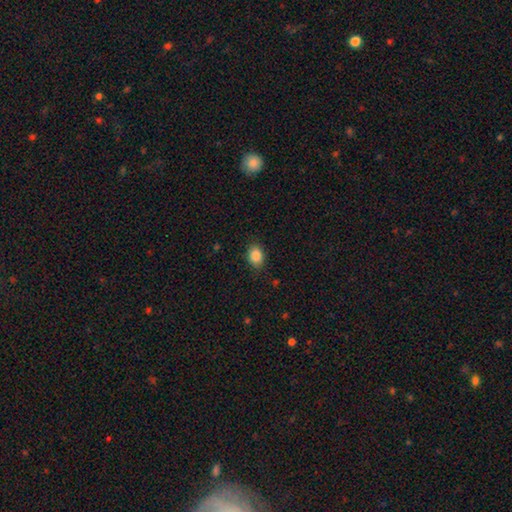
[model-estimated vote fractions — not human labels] Overall: smooth (86%). How rounded: in between (65%; round 34%). Merging: none (86%).